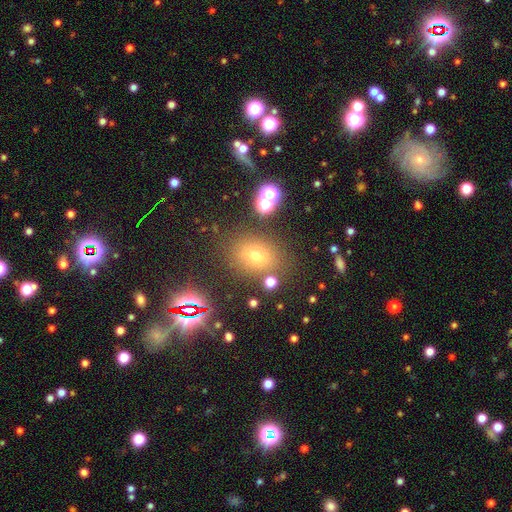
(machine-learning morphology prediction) This appears to be a smooth galaxy with no disk features (59%) that is in between round and cigar-shaped (54%). Merging: none (79%).